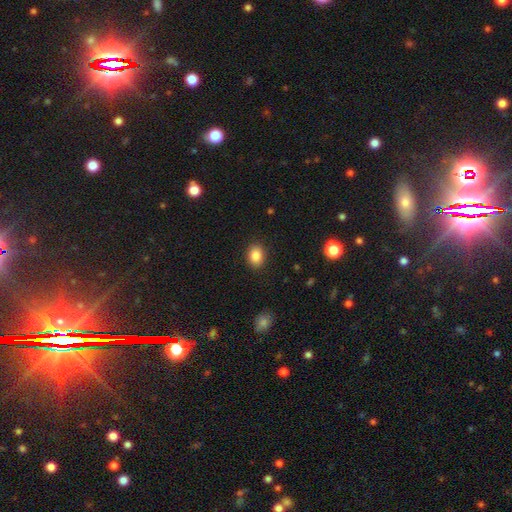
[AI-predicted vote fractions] Smooth or featured?
  - smooth: 86% *
  - star or artifact: 9%
  - featured or disk: 5%
How rounded?
  - in between: 65% *
  - round: 34%
  - cigar-shaped: 1%
Merging?
  - none: 89% *
  - minor disturbance: 8%
  - major disturbance: 2%
  - merger: 1%